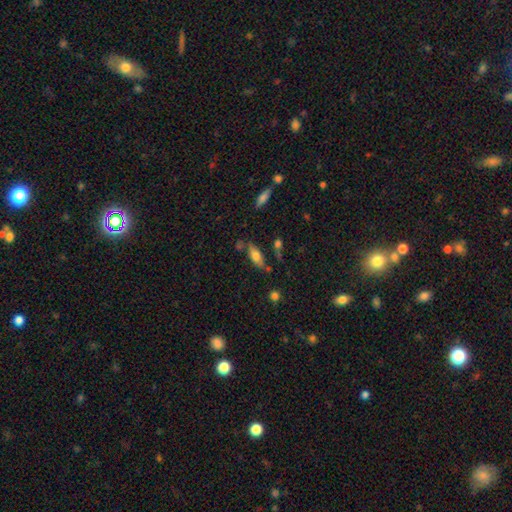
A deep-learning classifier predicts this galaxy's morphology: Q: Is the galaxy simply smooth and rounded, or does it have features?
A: smooth — 65%.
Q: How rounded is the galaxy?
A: in between — 72%.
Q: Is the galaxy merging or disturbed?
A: none — 67%.